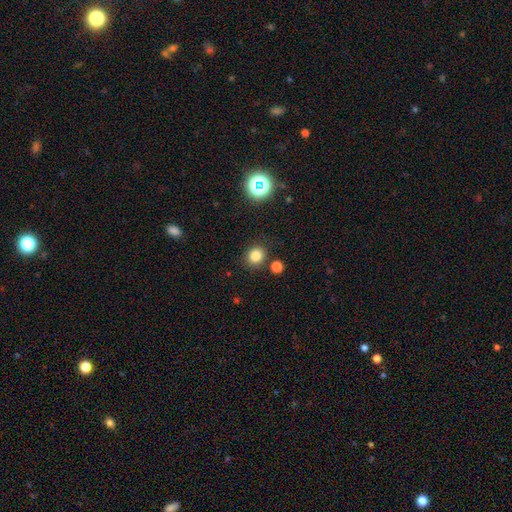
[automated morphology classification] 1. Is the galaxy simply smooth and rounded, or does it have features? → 80% smooth, 14% star or artifact, 5% featured or disk.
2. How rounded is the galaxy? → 83% round, 16% in between, 1% cigar-shaped.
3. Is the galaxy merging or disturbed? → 83% none, 9% minor disturbance, 5% merger, 3% major disturbance.